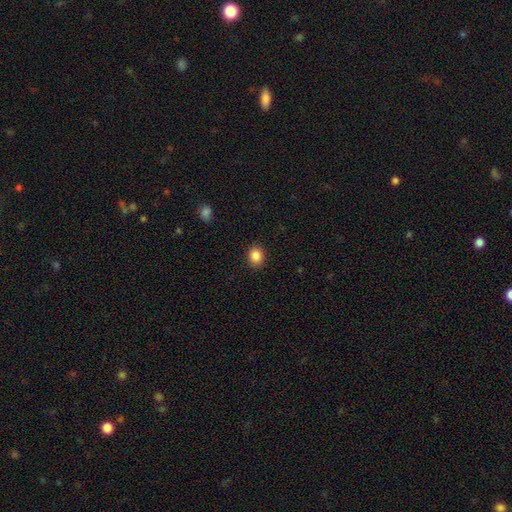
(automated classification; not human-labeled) The model was most divided on "how rounded": round: 64%, in between: 35%, cigar-shaped: 1%. More confident: merging — none (89%); smooth or featured — smooth (87%).